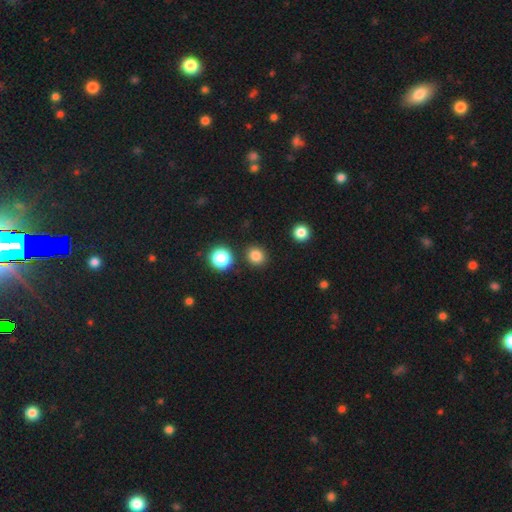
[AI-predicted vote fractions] The model was most divided on "how rounded": round: 81%, in between: 18%, cigar-shaped: 1%. More confident: merging — none (85%); smooth or featured — smooth (83%).